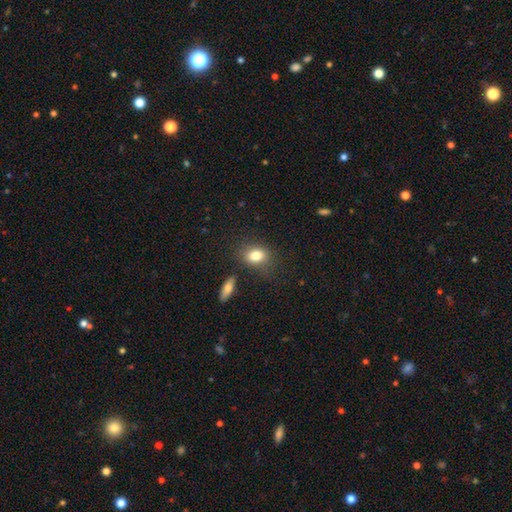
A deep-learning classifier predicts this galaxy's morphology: The model was most divided on "how rounded": in between: 66%, round: 32%, cigar-shaped: 2%. More confident: smooth or featured — smooth (81%); merging — none (74%).